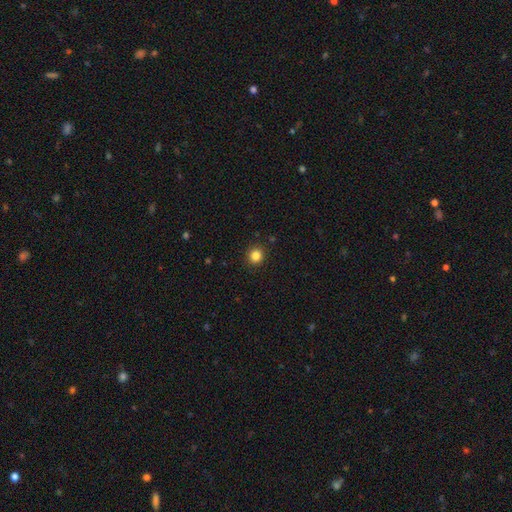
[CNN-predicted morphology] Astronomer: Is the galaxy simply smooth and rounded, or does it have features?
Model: smooth — 84%.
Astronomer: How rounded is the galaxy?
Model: round — 91%.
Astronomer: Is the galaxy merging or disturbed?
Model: none — 92%.